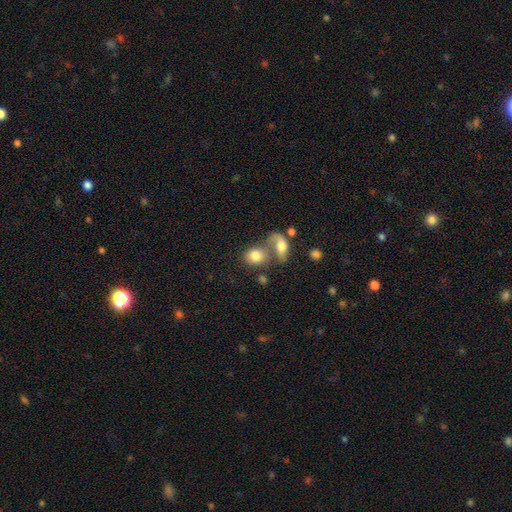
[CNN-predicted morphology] Q: Smooth or featured?
A: smooth (77%); runner-up: featured or disk (15%)
Q: How rounded?
A: in between (57%); runner-up: round (41%)
Q: Merging?
A: merger (54%); runner-up: none (28%)